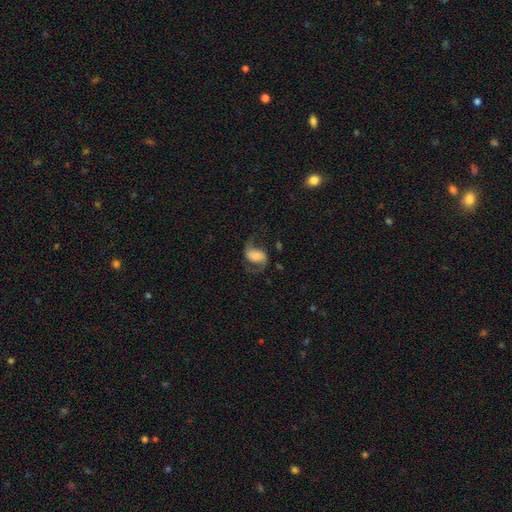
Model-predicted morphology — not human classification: The model was most divided on "bar": no: 38%, weak: 37%, strong: 25%. Remaining: edge-on disk — no (97%); spiral arms — yes (94%); spiral arm count — 2 (91%); smooth or featured — featured or disk (73%); merging — none (64%); spiral winding — loose (62%); bulge size — moderate (27%).